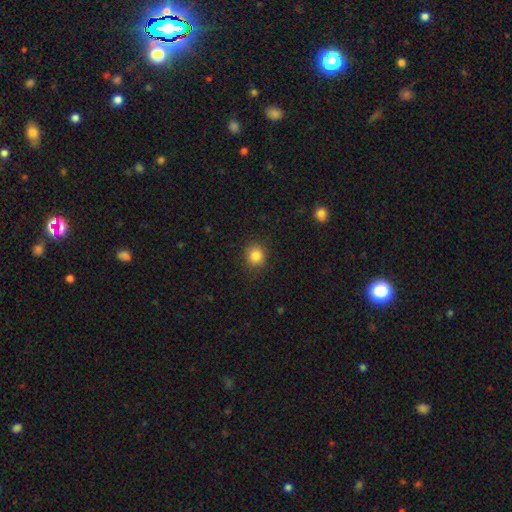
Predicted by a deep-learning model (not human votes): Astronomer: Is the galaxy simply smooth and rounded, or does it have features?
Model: smooth — 84%.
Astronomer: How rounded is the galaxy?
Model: round — 83%.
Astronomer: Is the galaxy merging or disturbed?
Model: none — 87%.